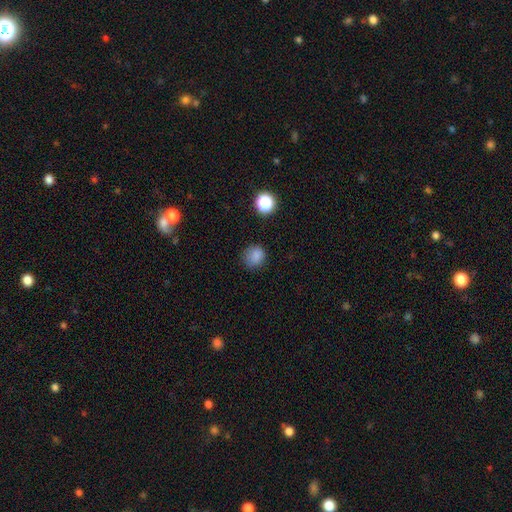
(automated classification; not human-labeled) smooth 82%, star or artifact 13%, featured or disk 5%. Down the decision tree: how rounded — round (81%); merging — none (77%).